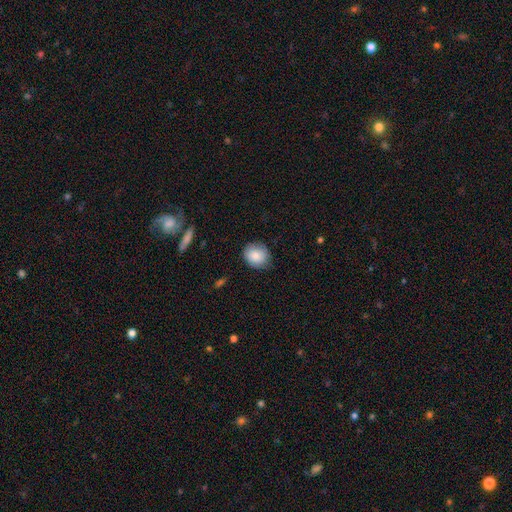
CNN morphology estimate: This appears to be a smooth galaxy with no disk features (85%) that is round (71%). Merging: none (81%).